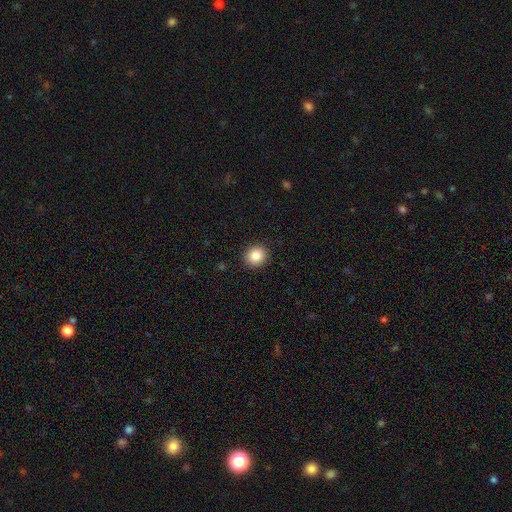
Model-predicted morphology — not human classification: This is clearly a smooth galaxy (85%). How rounded: clearly round (87%). Merging: clearly none (92%).